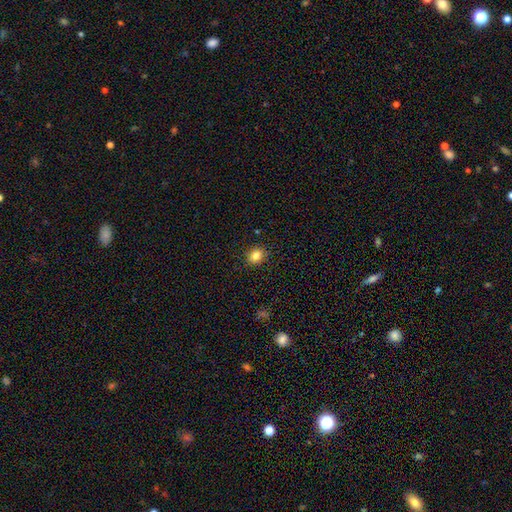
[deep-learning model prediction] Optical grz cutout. It shows a smooth galaxy with no disk features (83%) that is round (67%). Merging: none (89%).